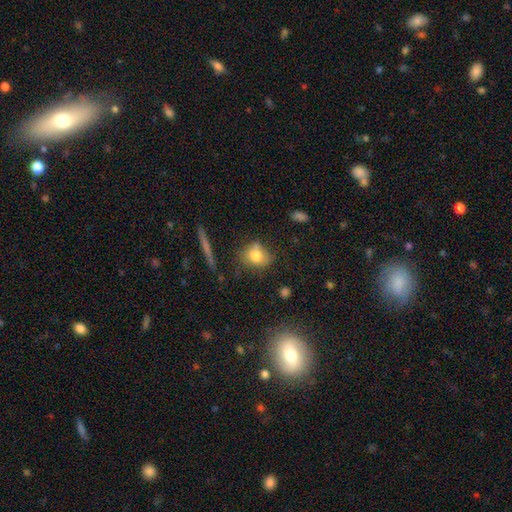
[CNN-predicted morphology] Smooth or featured?
  - smooth: 76% *
  - featured or disk: 14%
  - star or artifact: 10%
How rounded?
  - round: 56% *
  - in between: 41%
  - cigar-shaped: 2%
Merging?
  - none: 61% *
  - minor disturbance: 22%
  - merger: 9%
  - major disturbance: 8%